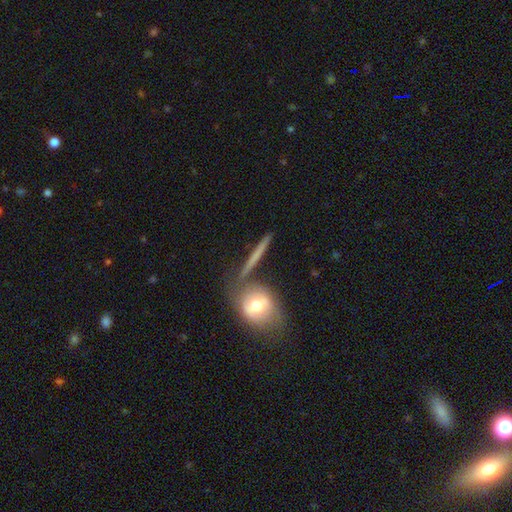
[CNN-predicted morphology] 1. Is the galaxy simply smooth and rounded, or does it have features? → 47% featured or disk, 44% smooth, 9% star or artifact.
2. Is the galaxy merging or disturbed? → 72% none, 12% minor disturbance, 12% merger, 4% major disturbance.